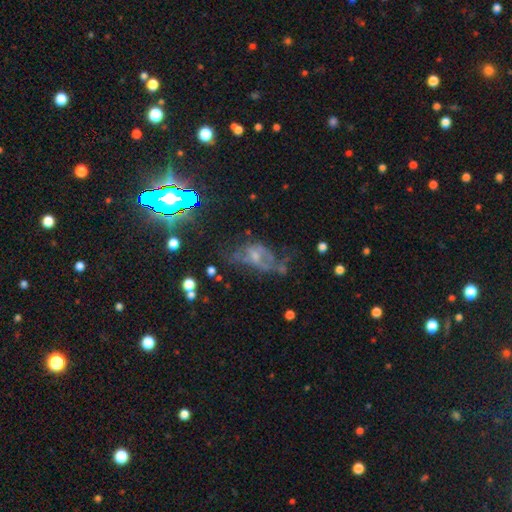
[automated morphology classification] This appears to be a featured or disk galaxy (51%). Merging: major disturbance (41%).